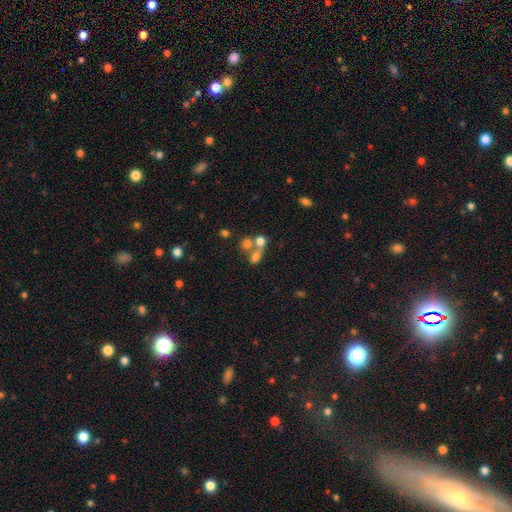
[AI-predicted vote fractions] Q: Smooth or featured?
A: smooth (63%); runner-up: featured or disk (21%)
Q: How rounded?
A: in between (53%); runner-up: round (41%)
Q: Merging?
A: merger (56%); runner-up: none (28%)